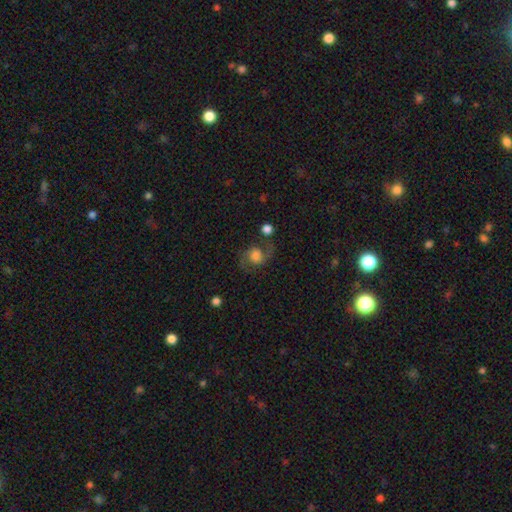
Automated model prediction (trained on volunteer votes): Smooth or featured: featured or disk — 70% (smooth — 21%)
Edge-on disk: no — 98% (yes — 2%)
Bar: no — 64% (weak — 30%)
Spiral arms: yes — 93% (no — 7%)
Spiral winding: medium — 48% (loose — 42%)
Spiral arm count: 2 — 92% (can't tell — 2%)
Bulge size: moderate — 40% (large — 35%)
Merging: none — 69% (minor disturbance — 16%)